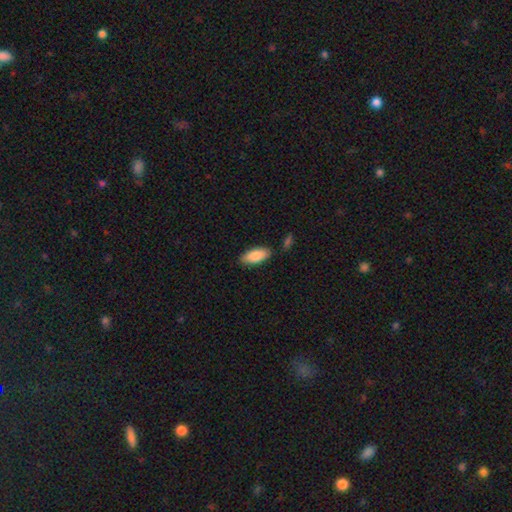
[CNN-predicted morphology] smooth_or_featured: smooth (p=0.86) [alt: featured or disk p=0.08]
how_rounded: in between (p=0.89) [alt: cigar-shaped p=0.10]
merging: none (p=0.82) [alt: minor disturbance p=0.12]